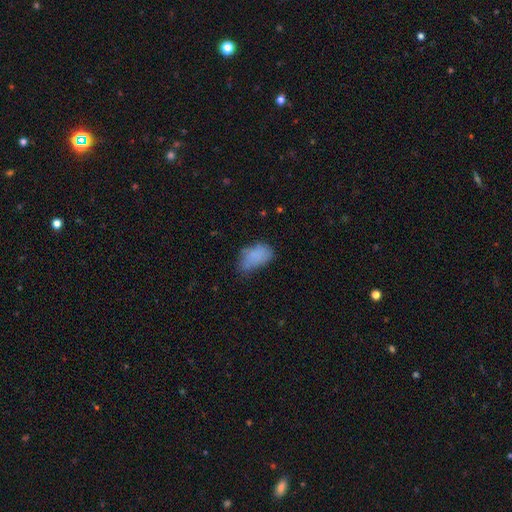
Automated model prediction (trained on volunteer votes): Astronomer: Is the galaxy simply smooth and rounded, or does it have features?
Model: smooth — 77%.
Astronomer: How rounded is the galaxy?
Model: in between — 90%.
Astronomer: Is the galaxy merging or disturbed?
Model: none — 42% (runner-up: minor disturbance, 37%).